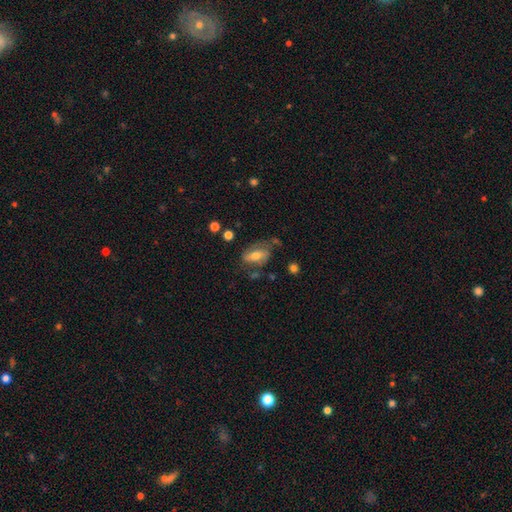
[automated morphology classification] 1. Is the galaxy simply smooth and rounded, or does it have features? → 48% smooth, 44% featured or disk, 8% star or artifact.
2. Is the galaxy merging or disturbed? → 53% none, 26% minor disturbance, 15% major disturbance, 6% merger.